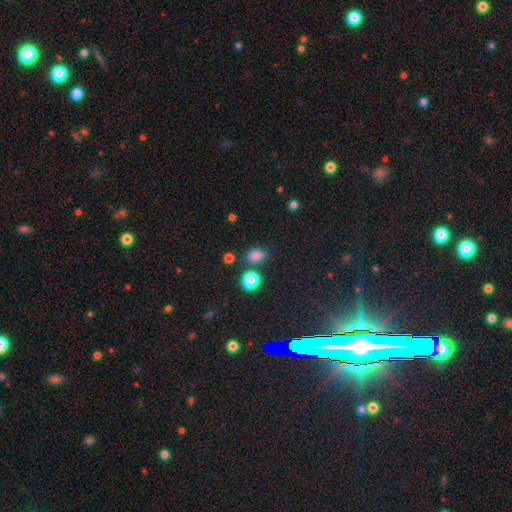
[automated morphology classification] Smooth or featured? Predicted: smooth (p=0.81). How rounded? Predicted: in between (p=0.64). Merging? Predicted: none (p=0.75).